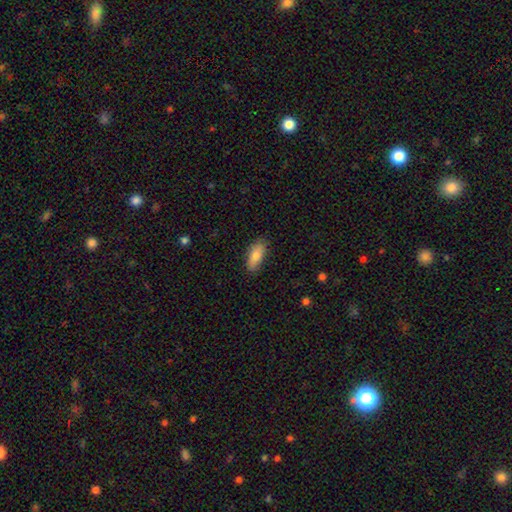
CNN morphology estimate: smooth-or-featured: smooth: 78% | featured or disk: 15% | star or artifact: 7%
  how-rounded: in between: 79% | cigar-shaped: 19% | round: 3%
  merging: none: 82% | minor disturbance: 15% | major disturbance: 2% | merger: 1%